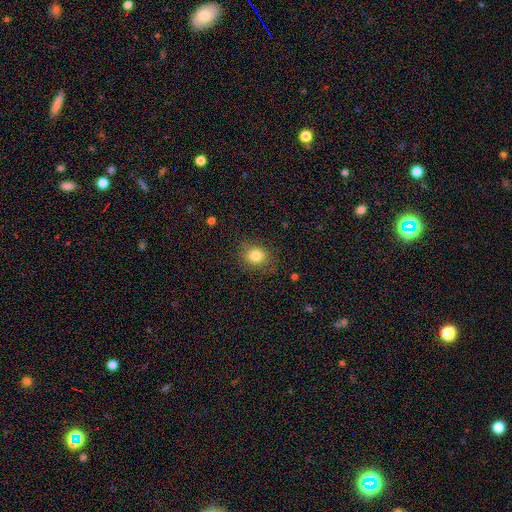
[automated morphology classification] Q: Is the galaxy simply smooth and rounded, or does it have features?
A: smooth — 82%.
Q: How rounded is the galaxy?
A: round — 69%.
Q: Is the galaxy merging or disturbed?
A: none — 82%.